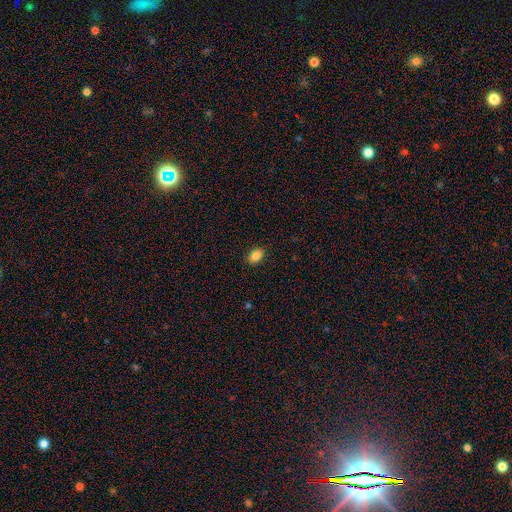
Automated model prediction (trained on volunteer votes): Smooth or featured?
  - smooth: 86% *
  - star or artifact: 9%
  - featured or disk: 5%
How rounded?
  - in between: 86% *
  - round: 13%
  - cigar-shaped: 2%
Merging?
  - none: 89% *
  - minor disturbance: 8%
  - major disturbance: 2%
  - merger: 1%